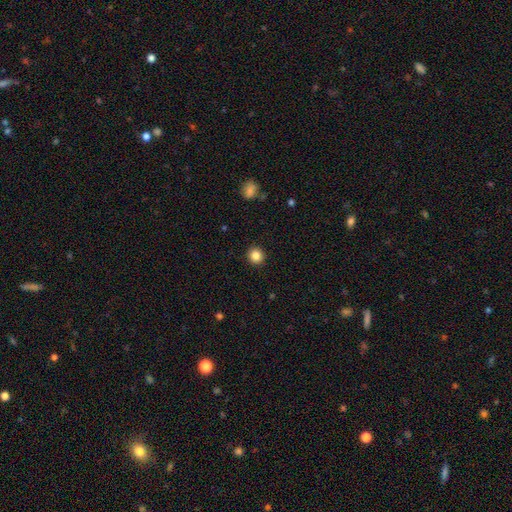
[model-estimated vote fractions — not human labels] Smooth or featured: smooth — 85% (star or artifact — 10%)
How rounded: round — 91% (in between — 8%)
Merging: none — 92% (minor disturbance — 5%)